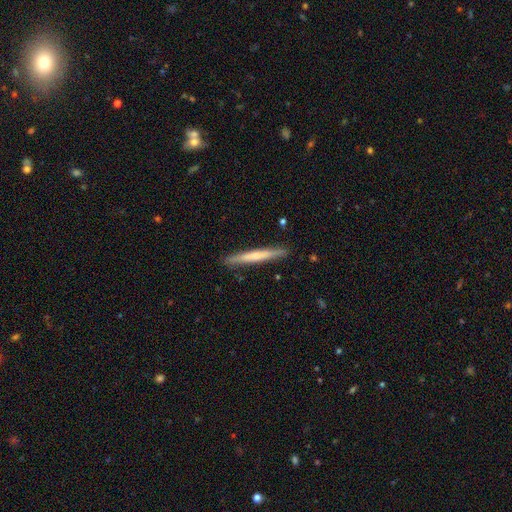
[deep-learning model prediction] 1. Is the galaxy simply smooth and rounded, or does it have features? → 53% smooth, 41% featured or disk, 5% star or artifact.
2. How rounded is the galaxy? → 97% cigar-shaped, 2% in between, 1% round.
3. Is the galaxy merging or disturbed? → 91% none, 7% minor disturbance, 1% major disturbance, 1% merger.